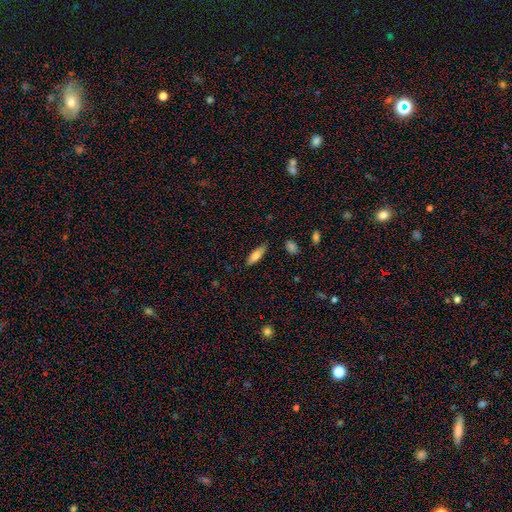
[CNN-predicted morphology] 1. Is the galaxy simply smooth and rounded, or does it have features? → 76% smooth, 17% featured or disk, 7% star or artifact.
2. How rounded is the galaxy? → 54% in between, 44% cigar-shaped, 2% round.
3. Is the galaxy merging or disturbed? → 83% none, 13% minor disturbance, 2% major disturbance, 1% merger.